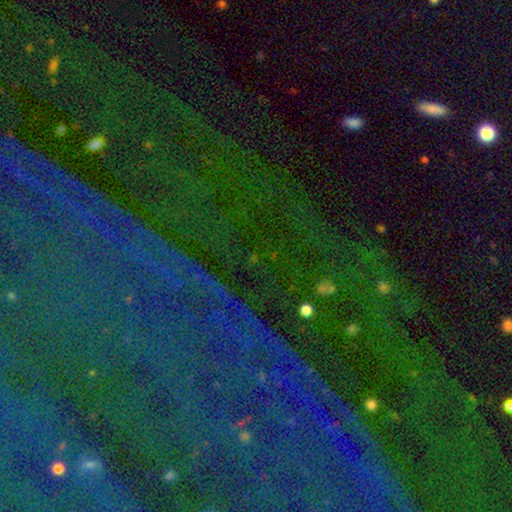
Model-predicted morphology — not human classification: star or artifact 81%, featured or disk 10%, smooth 9%.